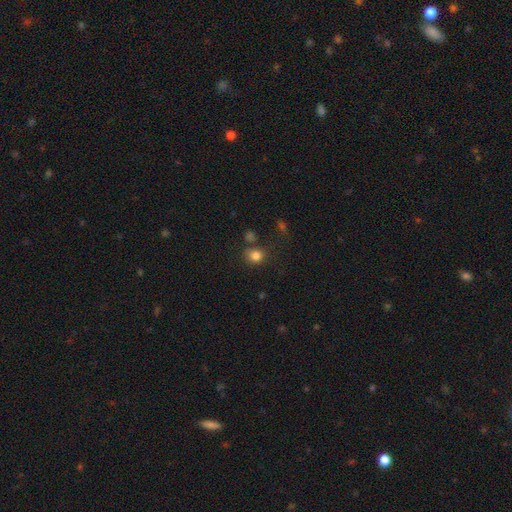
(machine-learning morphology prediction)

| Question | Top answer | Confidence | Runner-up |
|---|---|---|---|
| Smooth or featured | smooth | 82% | star or artifact (12%) |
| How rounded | round | 79% | in between (20%) |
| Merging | none | 71% | minor disturbance (14%) |